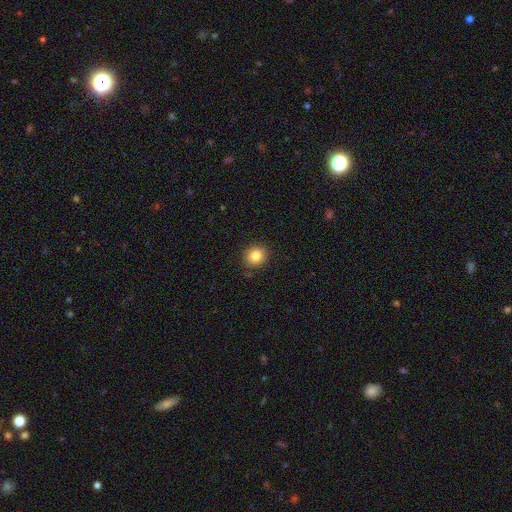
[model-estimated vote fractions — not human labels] This appears to be a smooth galaxy with no disk features (83%) that is round (83%). Merging: none (89%).